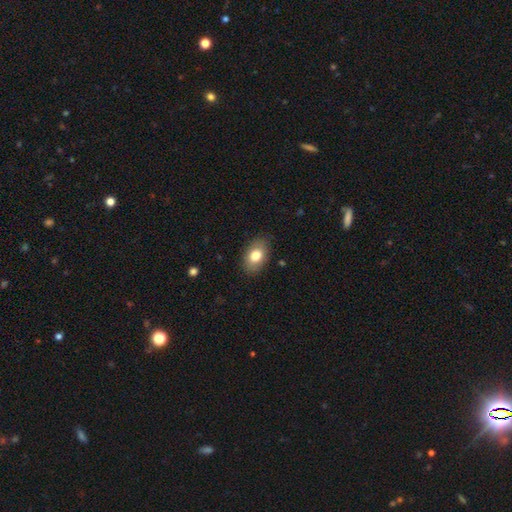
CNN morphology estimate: Smooth or featured?
  - smooth: 79% *
  - featured or disk: 13%
  - star or artifact: 7%
How rounded?
  - in between: 87% *
  - round: 11%
  - cigar-shaped: 1%
Merging?
  - none: 84% *
  - minor disturbance: 12%
  - major disturbance: 3%
  - merger: 1%